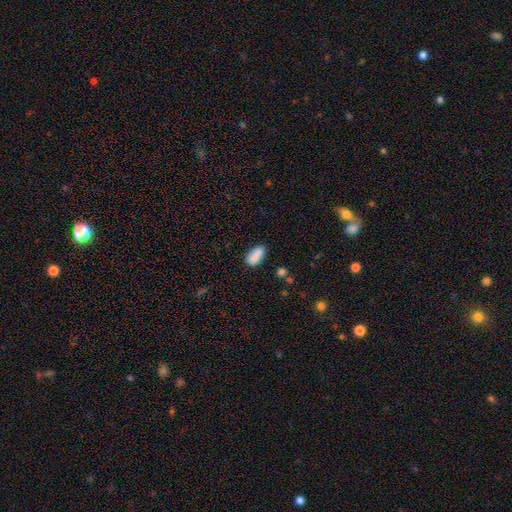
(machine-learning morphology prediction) This appears to be a smooth galaxy with no disk features (83%) that is in between round and cigar-shaped (89%). Merging: none (73%).